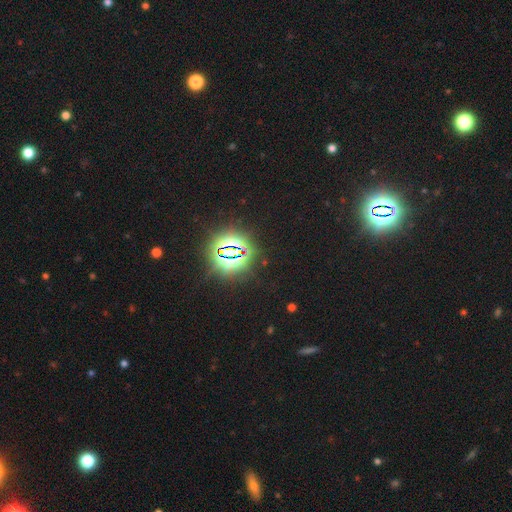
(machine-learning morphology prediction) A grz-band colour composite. It shows a star or artifact, not a galaxy (82%).